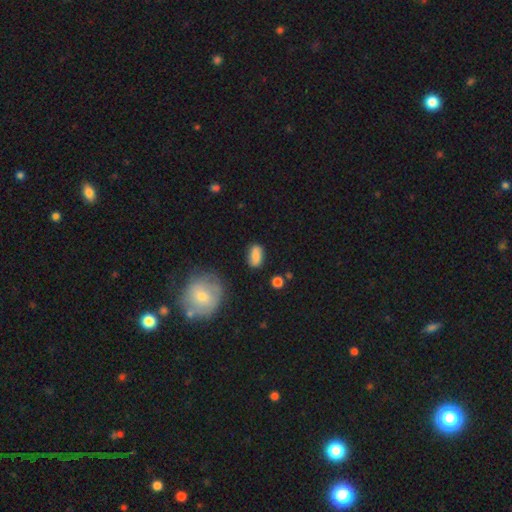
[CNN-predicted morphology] smooth 82%, featured or disk 10%, star or artifact 8%. Down the decision tree: how rounded — in between (88%); merging — none (74%).